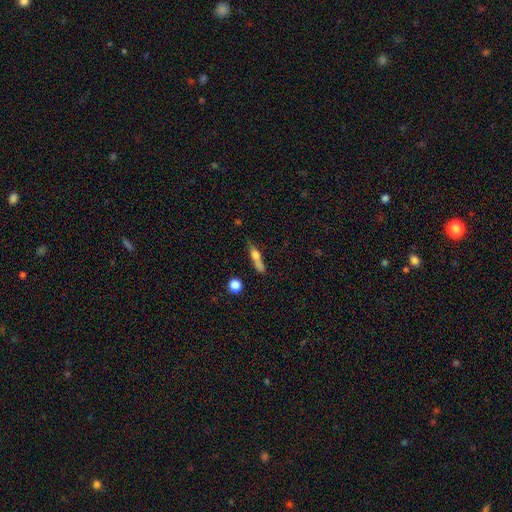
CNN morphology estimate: This is likely a smooth galaxy (60%). How rounded: likely cigar-shaped (70%). Merging: possibly none (52%).